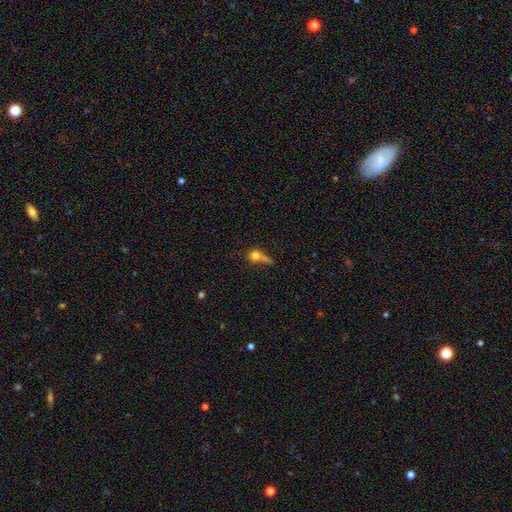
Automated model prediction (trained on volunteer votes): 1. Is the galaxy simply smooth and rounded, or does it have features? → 73% smooth, 15% featured or disk, 12% star or artifact.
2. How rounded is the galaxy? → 74% round, 21% in between, 4% cigar-shaped.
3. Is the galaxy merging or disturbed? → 34% merger, 33% none, 17% major disturbance, 16% minor disturbance.